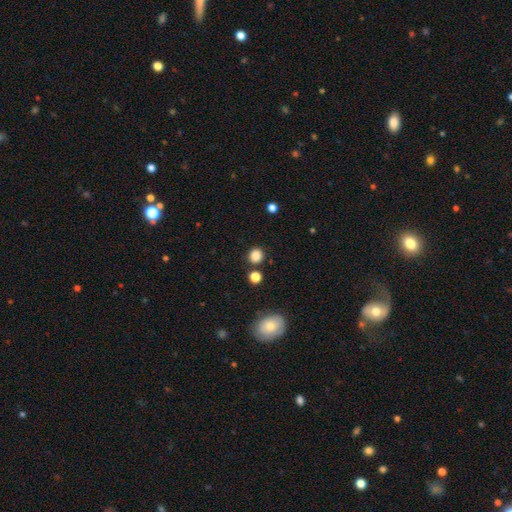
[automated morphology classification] A smooth galaxy with no disk features (84%) that is round (87%). Merging: none (84%).